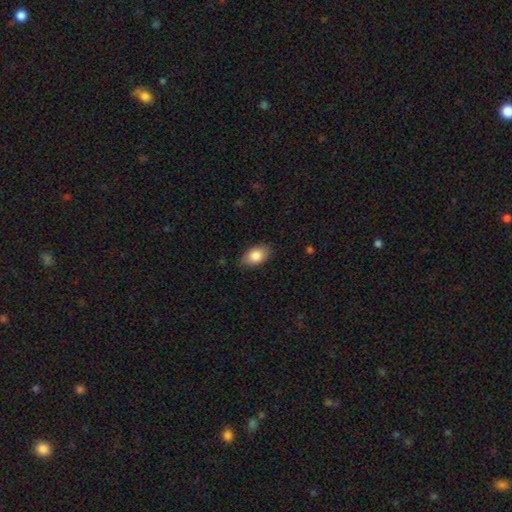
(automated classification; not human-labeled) Overall: smooth (85%). How rounded: in between (90%). Merging: none (84%).